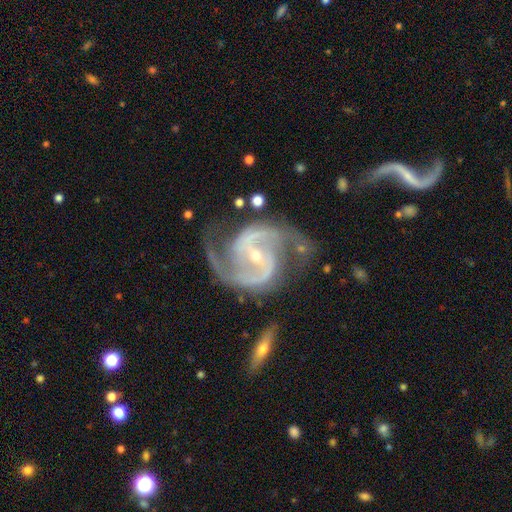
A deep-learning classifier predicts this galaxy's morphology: smooth_or_featured: featured or disk (p=0.93) [alt: star or artifact p=0.04]
disk_edge_on: no (p=0.98) [alt: yes p=0.02]
bar: strong (p=0.40) [alt: weak p=0.37]
has_spiral_arms: yes (p=0.98) [alt: no p=0.02]
spiral_winding: medium (p=0.63) [alt: tight p=0.20]
spiral_arm_count: 2 (p=0.91) [alt: 3 p=0.03]
bulge_size: small (p=0.73) [alt: moderate p=0.24]
merging: none (p=0.70) [alt: minor disturbance p=0.18]